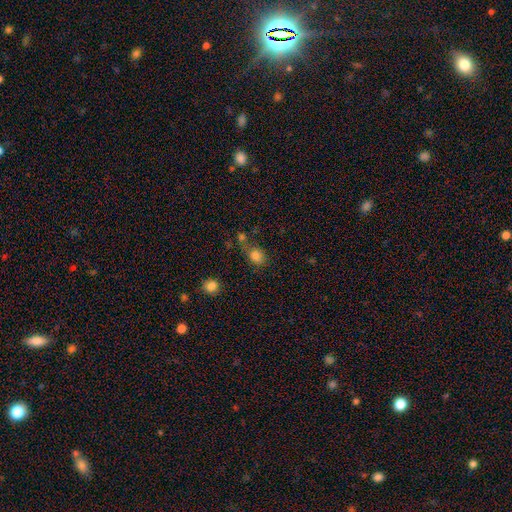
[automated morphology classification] Overall: smooth (81%). How rounded: round (55%; in between 44%). Merging: none (50%; merger 24%).